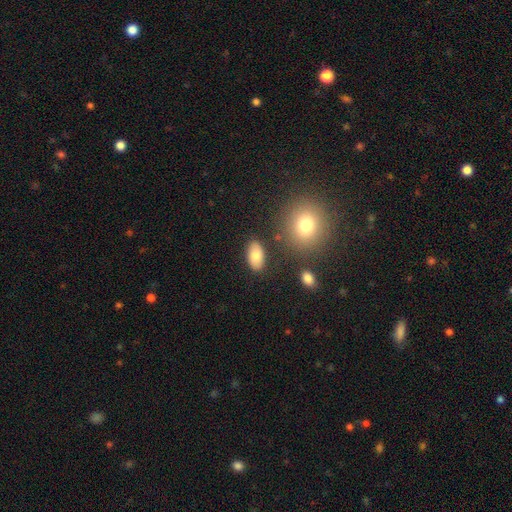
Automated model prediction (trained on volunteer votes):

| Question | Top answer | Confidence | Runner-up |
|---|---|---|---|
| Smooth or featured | smooth | 81% | featured or disk (11%) |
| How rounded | in between | 92% | round (6%) |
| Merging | none | 84% | minor disturbance (10%) |